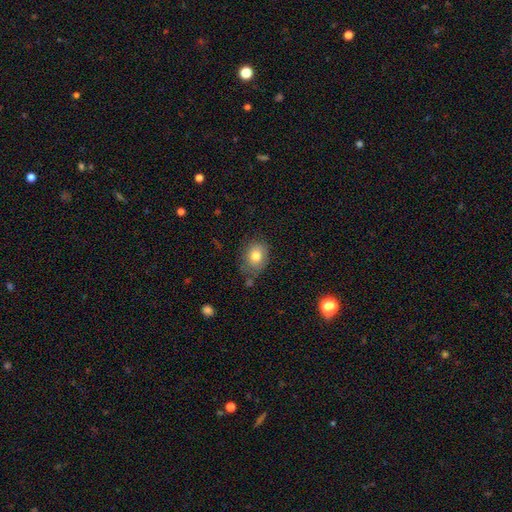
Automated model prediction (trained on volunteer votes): Smooth or featured: smooth — 80% (featured or disk — 11%)
How rounded: in between — 55% (round — 44%)
Merging: none — 68% (minor disturbance — 22%)